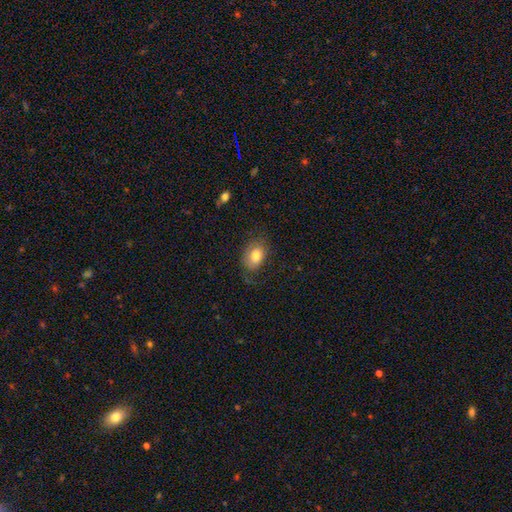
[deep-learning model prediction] Overall: smooth (78%). How rounded: in between (77%). Merging: none (68%).